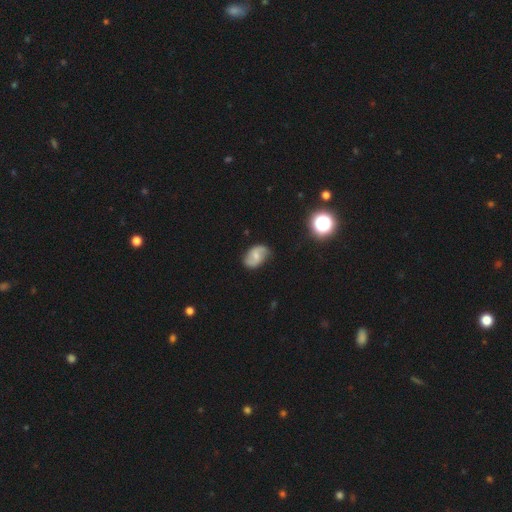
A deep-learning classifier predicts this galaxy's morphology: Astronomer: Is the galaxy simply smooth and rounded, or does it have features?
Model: featured or disk — 57% (runner-up: smooth, 34%).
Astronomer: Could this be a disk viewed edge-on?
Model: no — 96%.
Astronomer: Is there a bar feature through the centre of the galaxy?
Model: weak — 45% (runner-up: no, 44%).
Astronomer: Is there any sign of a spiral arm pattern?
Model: yes — 86%.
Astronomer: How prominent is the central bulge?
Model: small — 53% (runner-up: moderate, 37%).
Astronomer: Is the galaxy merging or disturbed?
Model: none — 73%.